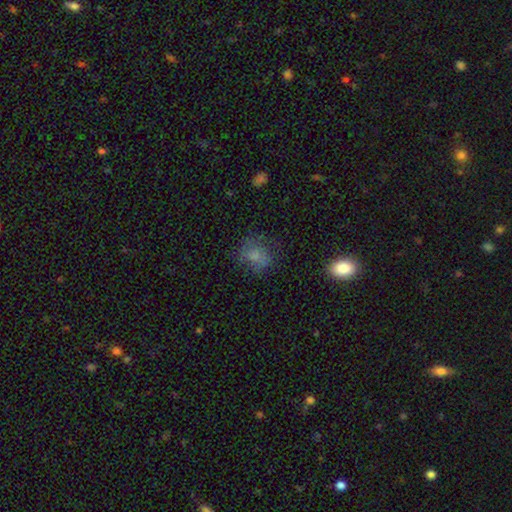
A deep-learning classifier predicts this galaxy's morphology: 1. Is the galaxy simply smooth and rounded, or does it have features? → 69% smooth, 17% featured or disk, 14% star or artifact.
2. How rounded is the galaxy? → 62% round, 37% in between, 1% cigar-shaped.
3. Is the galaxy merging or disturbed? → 61% none, 22% minor disturbance, 14% major disturbance, 3% merger.